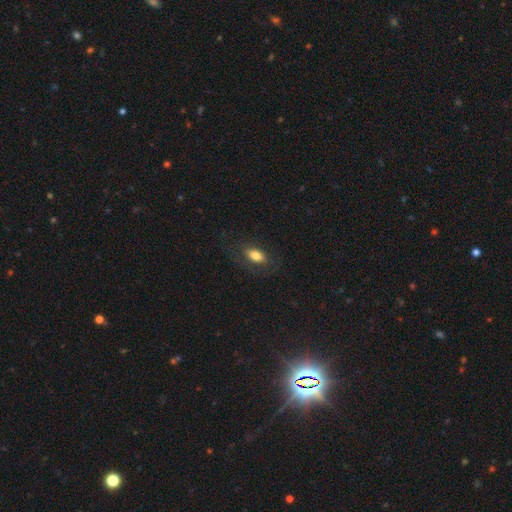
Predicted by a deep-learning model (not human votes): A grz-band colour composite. It shows a smooth galaxy with no disk features (77%) that is in between round and cigar-shaped (88%). Merging: none (76%).